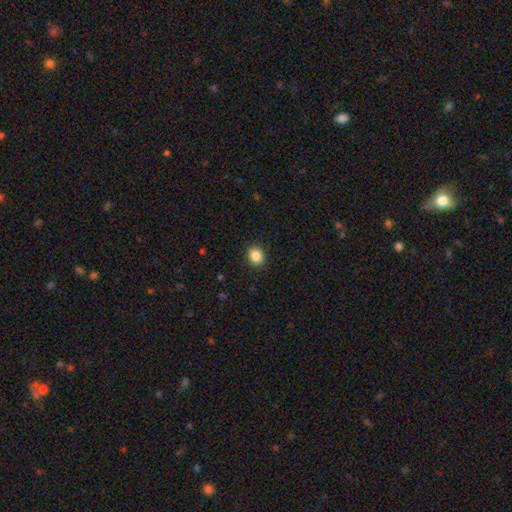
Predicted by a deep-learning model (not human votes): smooth_or_featured: smooth (p=0.87) [alt: star or artifact p=0.10]
how_rounded: round (p=0.66) [alt: in between p=0.33]
merging: none (p=0.90) [alt: minor disturbance p=0.07]